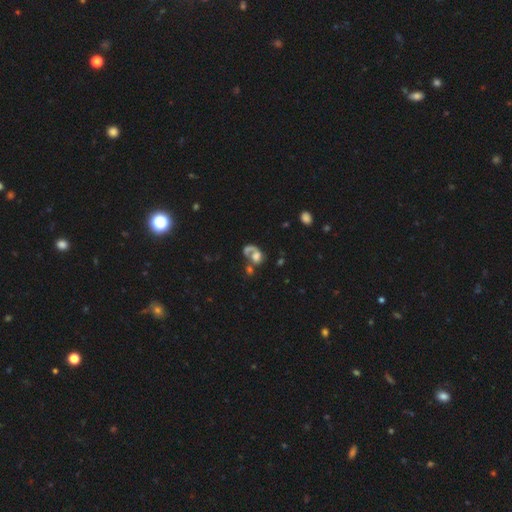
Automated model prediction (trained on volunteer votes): Q: Smooth or featured?
A: featured or disk (50%); runner-up: smooth (38%)
Q: Merging?
A: merger (39%); runner-up: major disturbance (26%)